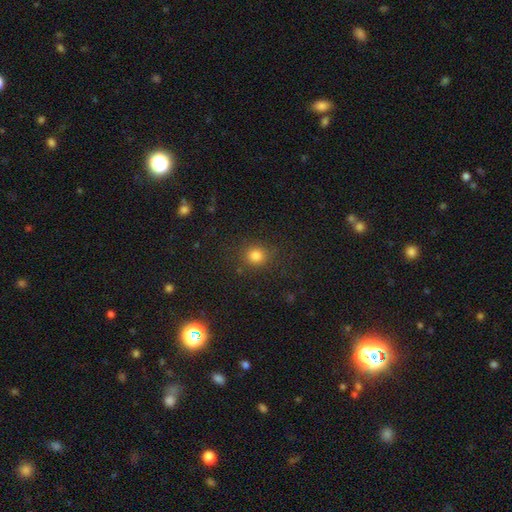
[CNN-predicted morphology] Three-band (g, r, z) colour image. It shows a smooth galaxy with no disk features (81%) that is round (77%). Merging: none (82%).